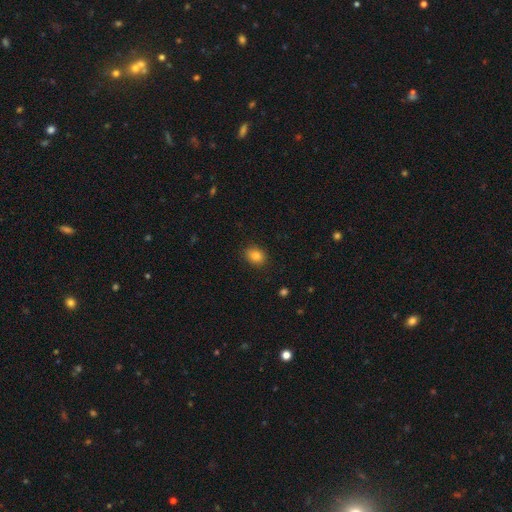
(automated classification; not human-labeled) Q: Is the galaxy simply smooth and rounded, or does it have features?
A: smooth — 84%.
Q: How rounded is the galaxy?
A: in between — 50%.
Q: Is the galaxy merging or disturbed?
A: none — 86%.